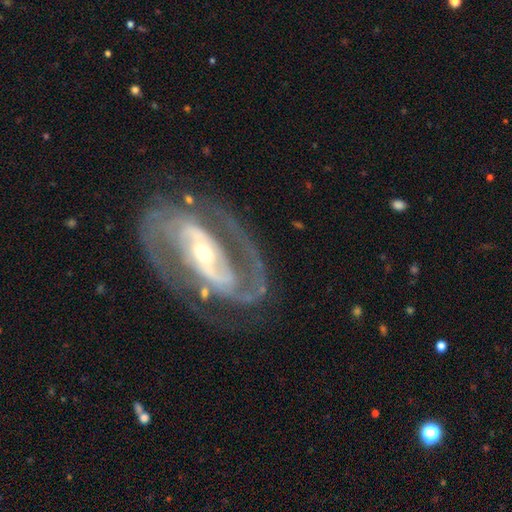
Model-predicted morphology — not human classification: This appears to be a featured or disk galaxy (91%) with a strong bar (55%), 2 (89%) medium (48%) spiral arms (96%) and a small central bulge (56%). Merging: none (76%).